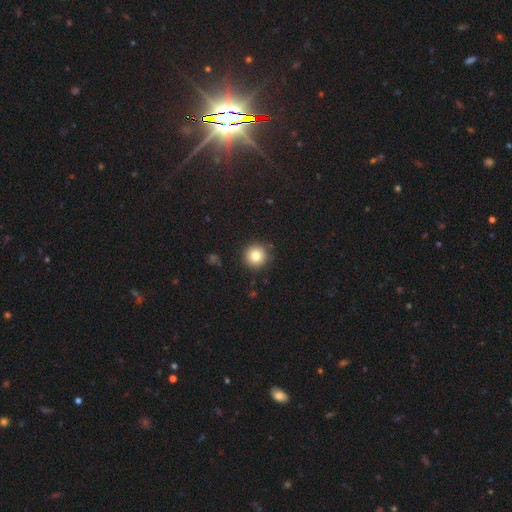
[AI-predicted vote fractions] Smooth or featured? smooth (80%)
How rounded? round (95%)
Merging? none (90%)